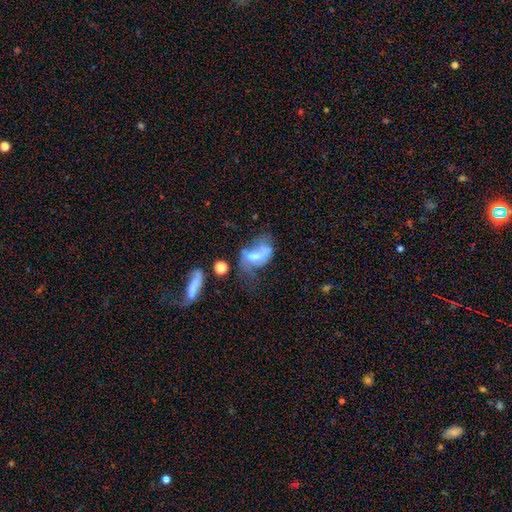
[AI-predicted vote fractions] The model was most divided on "smooth or featured": featured or disk: 45%, smooth: 42%, star or artifact: 12%. Remaining: merging — major disturbance (38%).